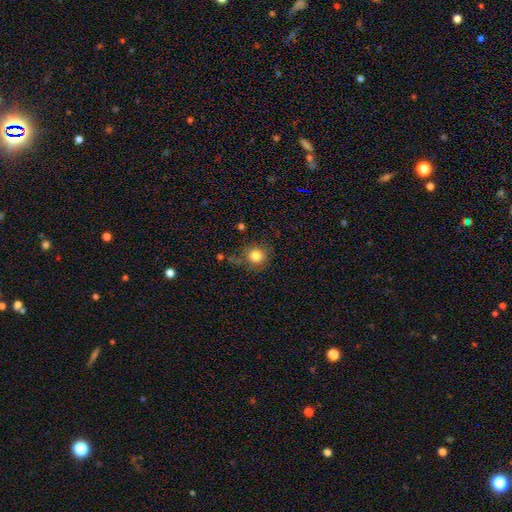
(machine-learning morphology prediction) A smooth galaxy with no disk features (83%) that is round (91%).

Vote fractions:
- Smooth or featured? smooth: 83% / star or artifact: 10% / featured or disk: 6%
- How rounded? round: 91% / in between: 8% / cigar-shaped: 1%
- Merging? none: 70% / minor disturbance: 18% / major disturbance: 7% / merger: 5%